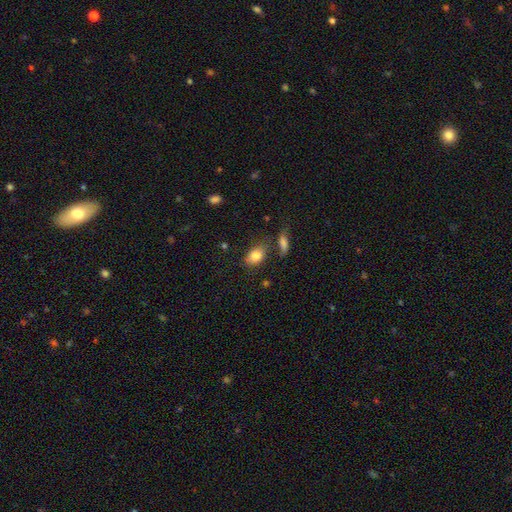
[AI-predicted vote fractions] Smooth or featured? Predicted: smooth (p=0.83). How rounded? Predicted: in between (p=0.84). Merging? Predicted: none (p=0.67).